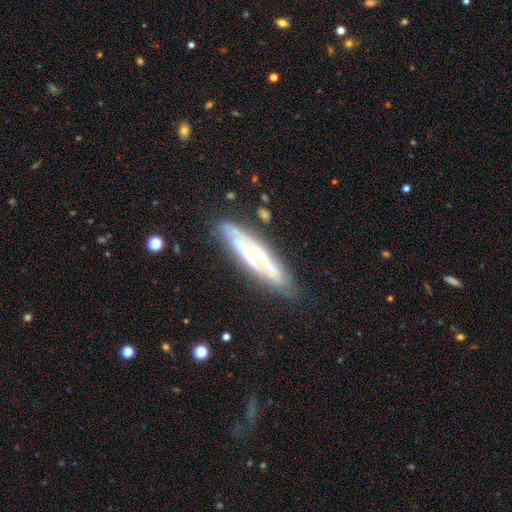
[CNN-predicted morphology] smooth_or_featured: featured or disk (p=0.70) [alt: smooth p=0.22]
disk_edge_on: yes (p=0.57) [alt: no p=0.43]
merging: none (p=0.77) [alt: minor disturbance p=0.16]